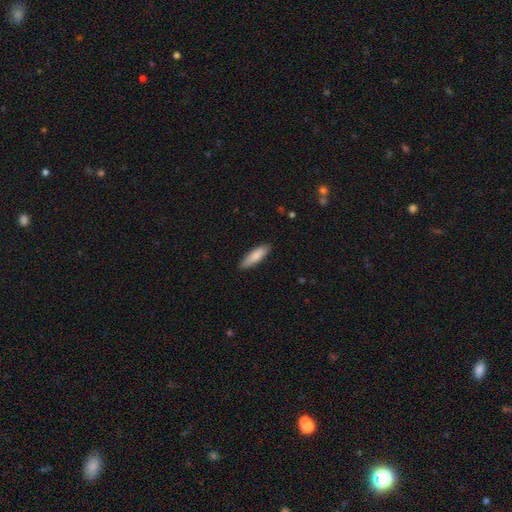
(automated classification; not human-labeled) This is clearly a smooth galaxy (83%). How rounded: possibly cigar-shaped (60%). Merging: clearly none (87%).